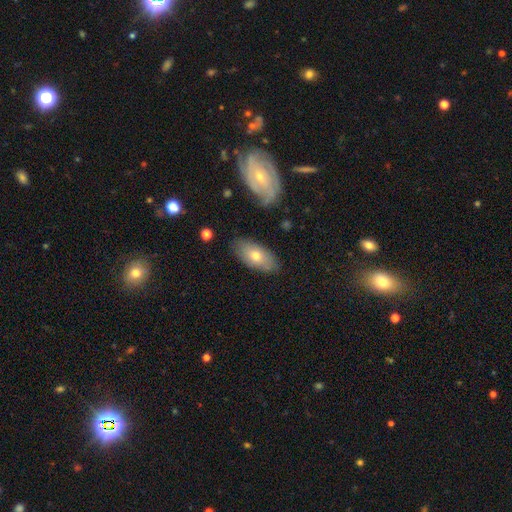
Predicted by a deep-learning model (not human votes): smooth-or-featured: smooth: 66% | featured or disk: 27% | star or artifact: 7%
  how-rounded: in between: 91% | cigar-shaped: 6% | round: 4%
  merging: none: 81% | minor disturbance: 14% | major disturbance: 3% | merger: 2%